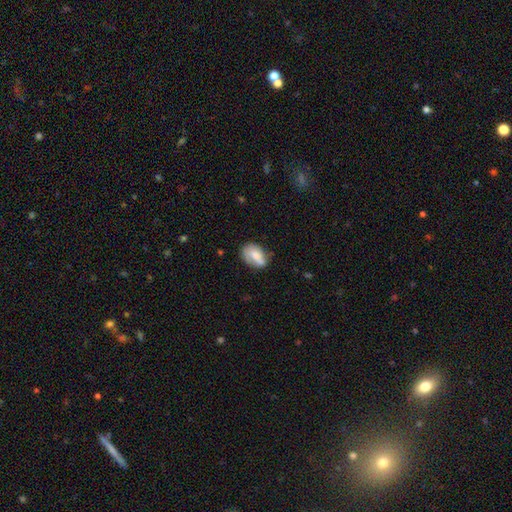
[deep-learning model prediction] Smooth or featured?
  - smooth: 67% *
  - featured or disk: 25%
  - star or artifact: 7%
How rounded?
  - in between: 82% *
  - round: 16%
  - cigar-shaped: 2%
Merging?
  - none: 50% *
  - minor disturbance: 31%
  - major disturbance: 12%
  - merger: 8%